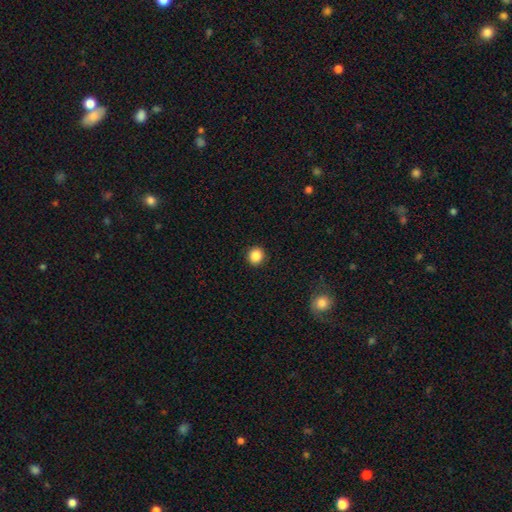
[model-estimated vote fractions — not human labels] smooth-or-featured: smooth: 87% | star or artifact: 10% | featured or disk: 3%
  how-rounded: round: 91% | in between: 8% | cigar-shaped: 1%
  merging: none: 93% | minor disturbance: 5% | major disturbance: 2% | merger: 1%